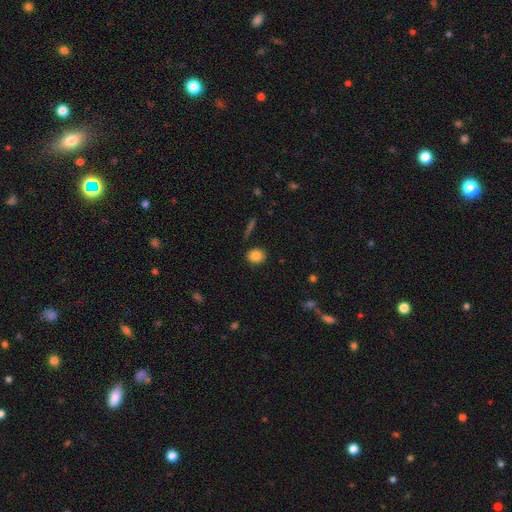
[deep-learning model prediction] Smooth or featured? smooth (85%)
How rounded? round (68%)
Merging? none (87%)